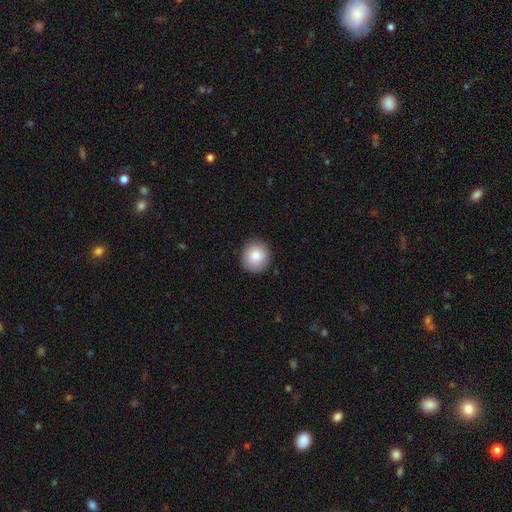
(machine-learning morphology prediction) This is clearly a smooth galaxy (82%). How rounded: clearly round (91%). Merging: clearly none (89%).